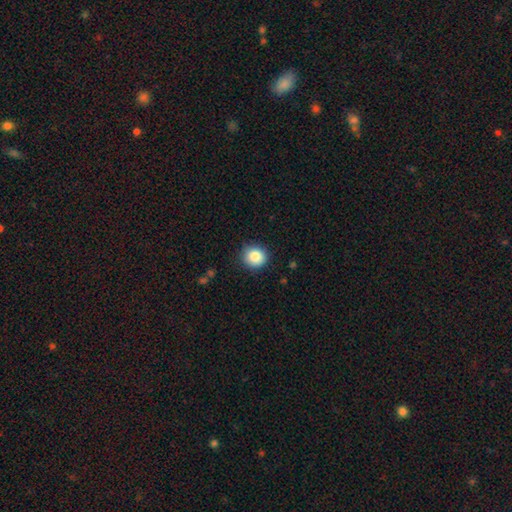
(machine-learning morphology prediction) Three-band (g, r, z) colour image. It shows a smooth galaxy with no disk features (86%) that is round (89%). Merging: none (87%).